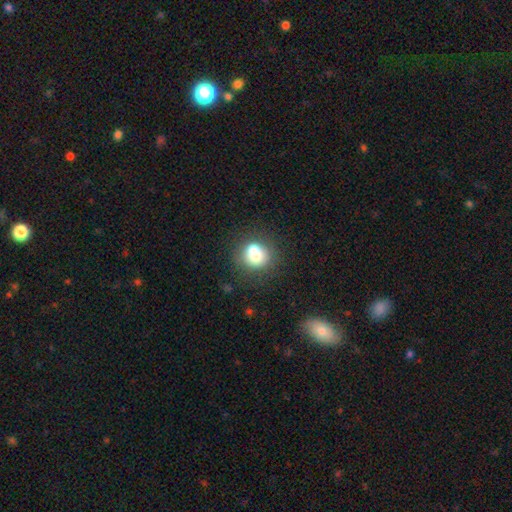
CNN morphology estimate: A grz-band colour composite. It shows a smooth galaxy with no disk features (67%) that is round (83%). Merging: none (45%).